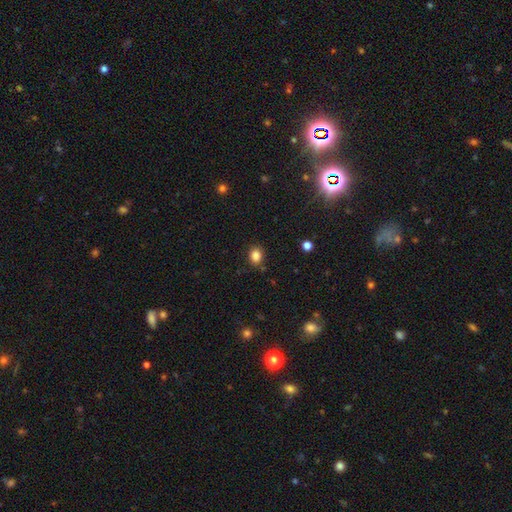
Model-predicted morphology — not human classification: Smooth or featured?
  - smooth: 85% *
  - star or artifact: 11%
  - featured or disk: 4%
How rounded?
  - round: 54% *
  - in between: 45%
  - cigar-shaped: 1%
Merging?
  - none: 83% *
  - minor disturbance: 11%
  - major disturbance: 3%
  - merger: 2%